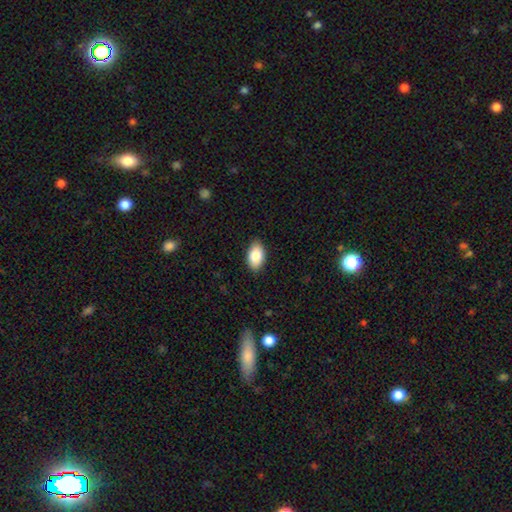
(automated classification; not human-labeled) smooth_or_featured: smooth (p=0.84) [alt: featured or disk p=0.09]
how_rounded: in between (p=0.93) [alt: round p=0.05]
merging: none (p=0.87) [alt: minor disturbance p=0.10]